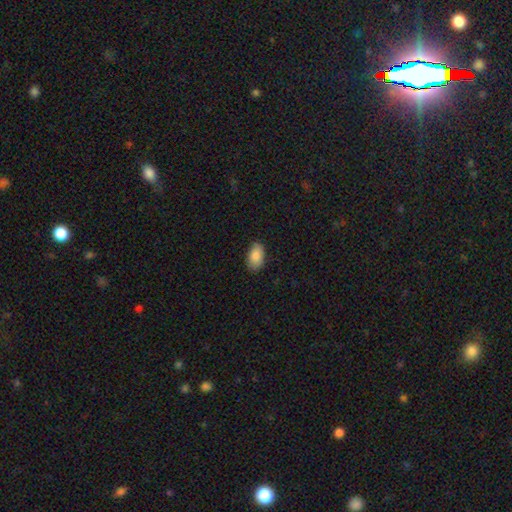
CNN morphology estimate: type=smooth (86%); roundness=in between (93%); merging=none (83%).